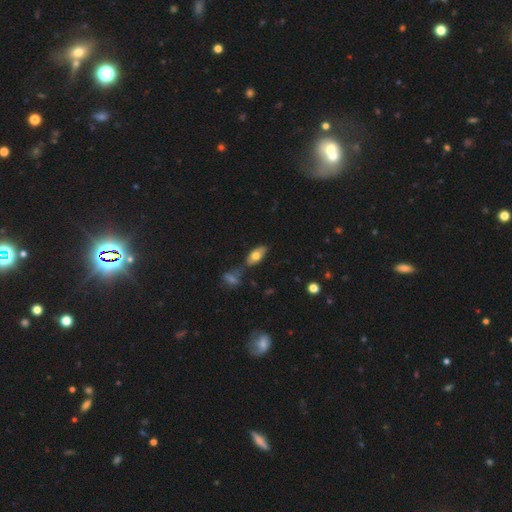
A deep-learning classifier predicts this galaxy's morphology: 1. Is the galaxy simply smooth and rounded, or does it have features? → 66% smooth, 26% featured or disk, 7% star or artifact.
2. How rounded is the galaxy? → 87% in between, 10% cigar-shaped, 3% round.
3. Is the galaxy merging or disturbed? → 62% none, 19% minor disturbance, 13% merger, 5% major disturbance.